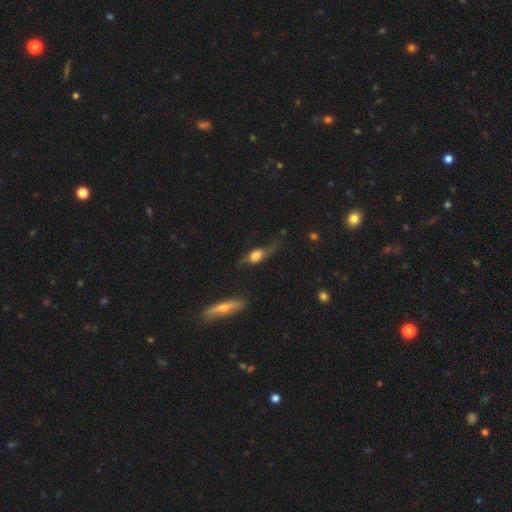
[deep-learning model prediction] The model was most divided on "smooth or featured": featured or disk: 48%, smooth: 43%, star or artifact: 9%. Remaining: merging — none (49%).